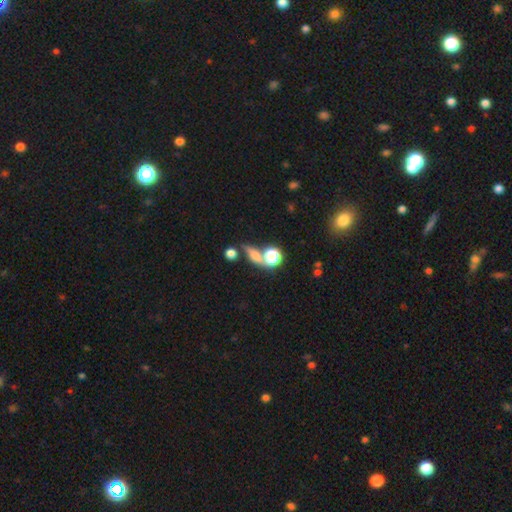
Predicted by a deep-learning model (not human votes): smooth 52%, featured or disk 27%, star or artifact 22%. Down the decision tree: how rounded — round (42%); merging — none (56%).